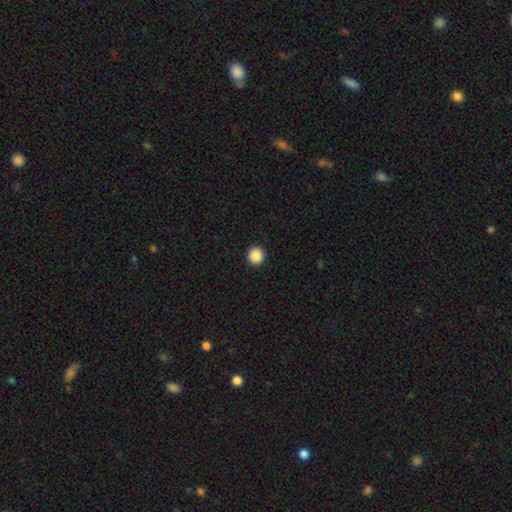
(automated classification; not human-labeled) smooth 88%, star or artifact 9%, featured or disk 3%. Down the decision tree: how rounded — round (95%); merging — none (93%).